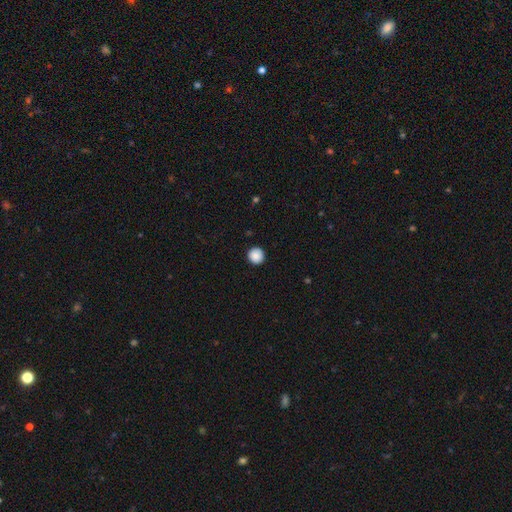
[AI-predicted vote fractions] Morphology: type=smooth (88%); roundness=round (94%); merging=none (91%).